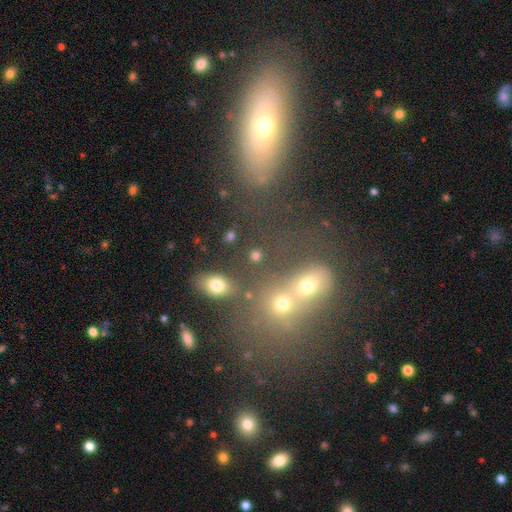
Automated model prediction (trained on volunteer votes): Q: Smooth or featured?
A: smooth (75%); runner-up: star or artifact (17%)
Q: How rounded?
A: round (69%); runner-up: in between (28%)
Q: Merging?
A: none (70%); runner-up: merger (16%)